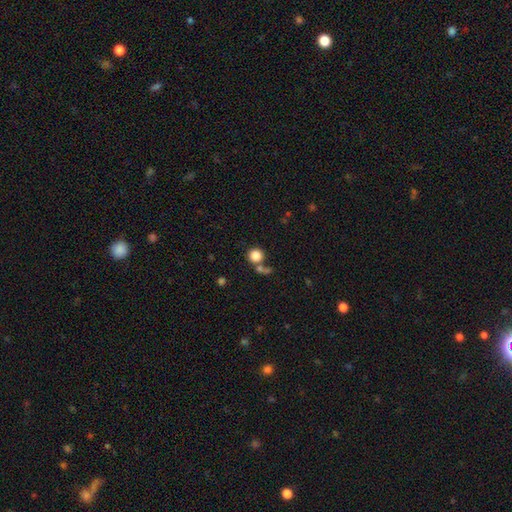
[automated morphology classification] A smooth galaxy with no disk features (84%) that is round (92%). Merging: none (64%).